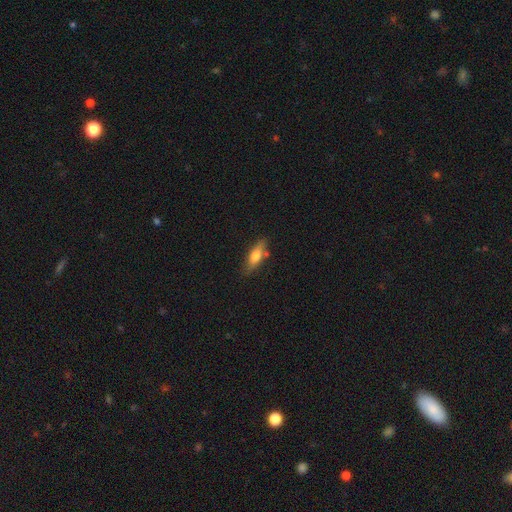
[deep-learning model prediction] smooth 67%, featured or disk 26%, star or artifact 7%. Down the decision tree: how rounded — in between (58%); merging — none (76%).